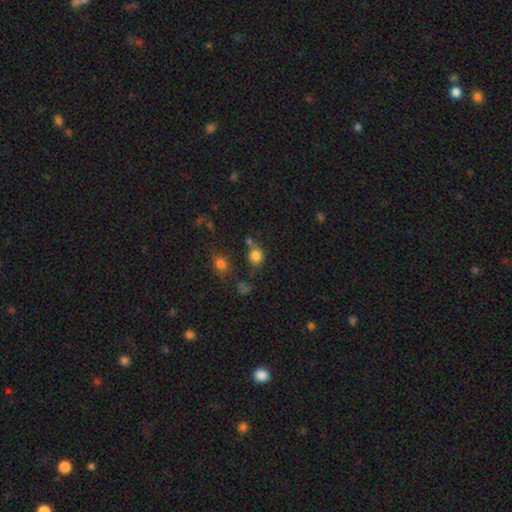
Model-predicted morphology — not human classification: This appears to be a smooth galaxy with no disk features (81%) that is round (68%). Merging: none (58%).